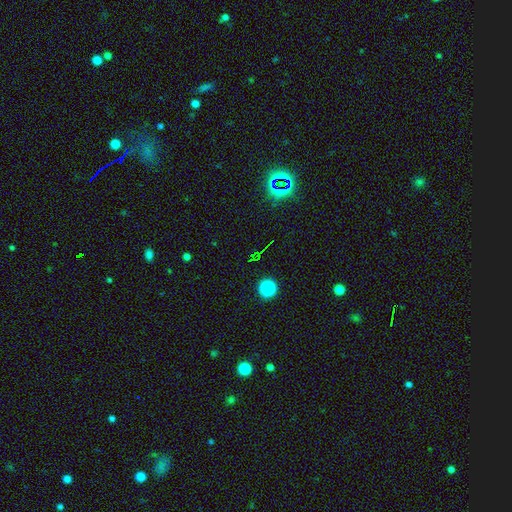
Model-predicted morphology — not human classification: Smooth or featured? star or artifact (70%)